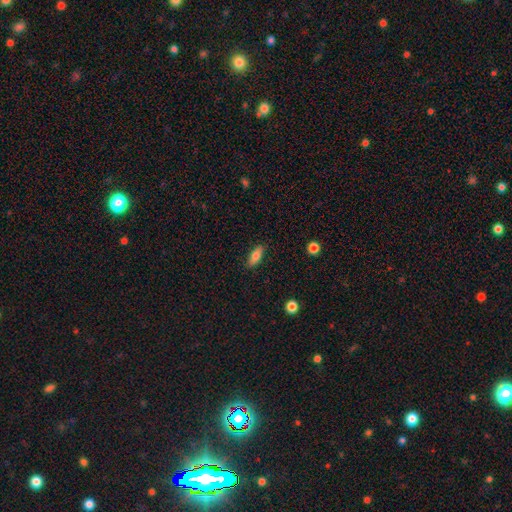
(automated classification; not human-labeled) This is likely a smooth galaxy (78%). How rounded: likely in between (75%). Merging: clearly none (86%).